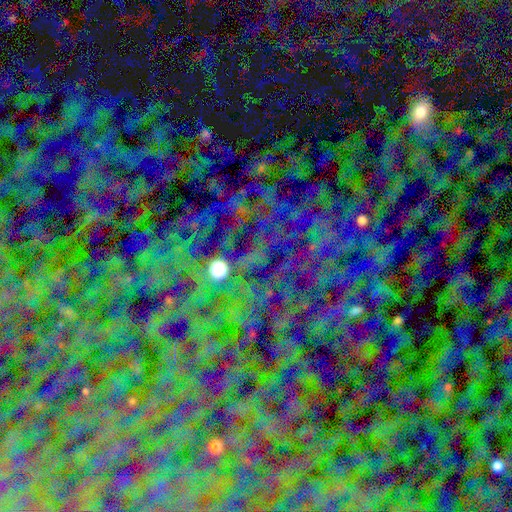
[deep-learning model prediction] smooth_or_featured: star or artifact (p=0.76) [alt: smooth p=0.13]